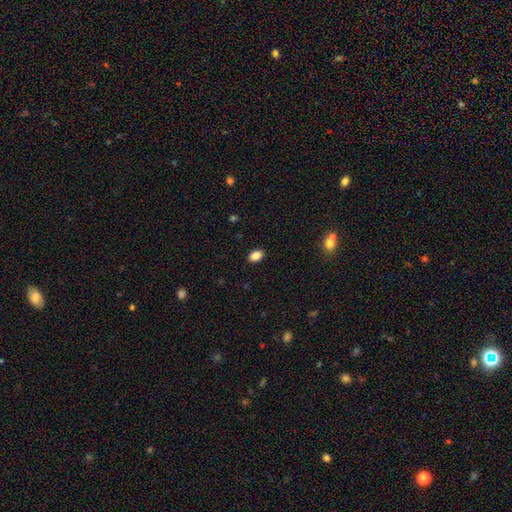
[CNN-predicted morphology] smooth 85%, star or artifact 9%, featured or disk 5%. Down the decision tree: how rounded — in between (86%); merging — none (89%).